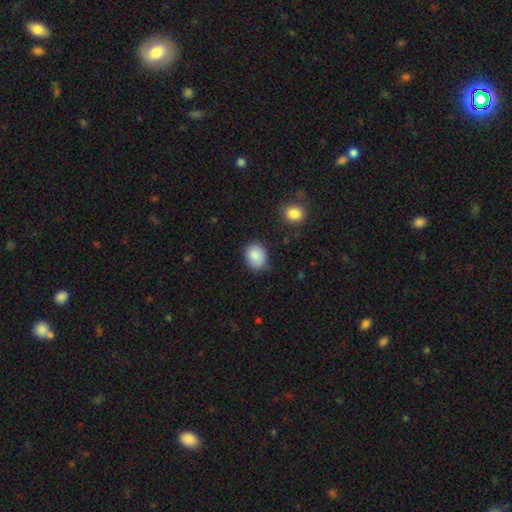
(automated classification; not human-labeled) Smooth or featured? smooth (88%)
How rounded? round (56%)
Merging? none (78%)